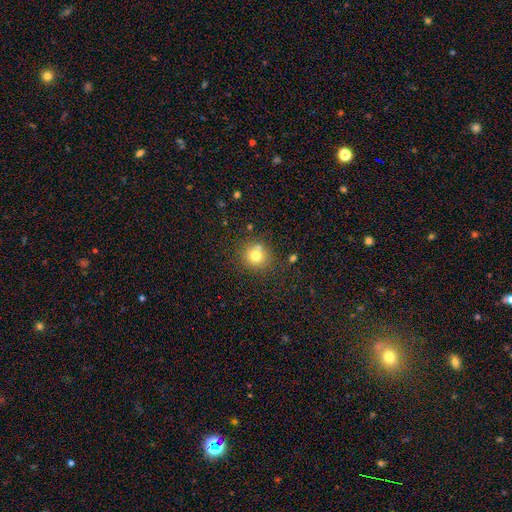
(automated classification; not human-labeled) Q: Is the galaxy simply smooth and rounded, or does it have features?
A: smooth — 74%.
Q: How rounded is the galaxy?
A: round — 90%.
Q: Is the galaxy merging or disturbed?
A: none — 72%.